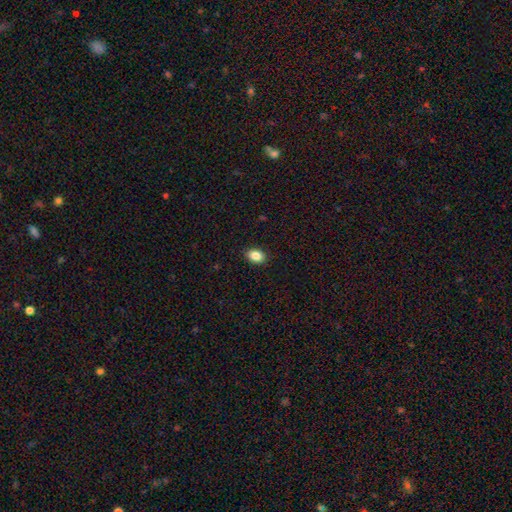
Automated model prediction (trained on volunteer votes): Smooth or featured? smooth (86%)
How rounded? in between (74%)
Merging? none (89%)